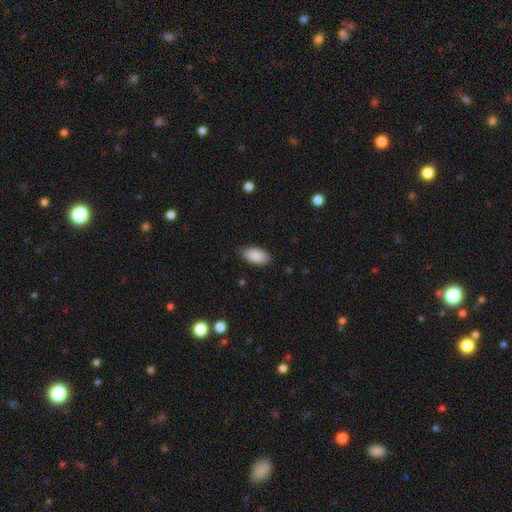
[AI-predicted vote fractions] This is clearly a smooth galaxy (89%). How rounded: clearly in between (95%). Merging: clearly none (84%).